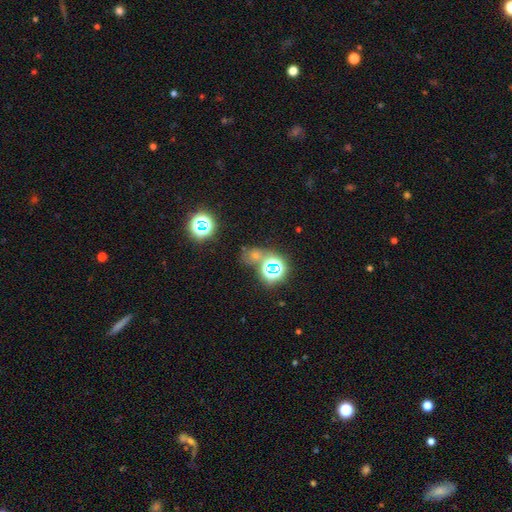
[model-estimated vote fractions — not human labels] The model was most divided on "smooth or featured": star or artifact: 62%, smooth: 29%, featured or disk: 10%.